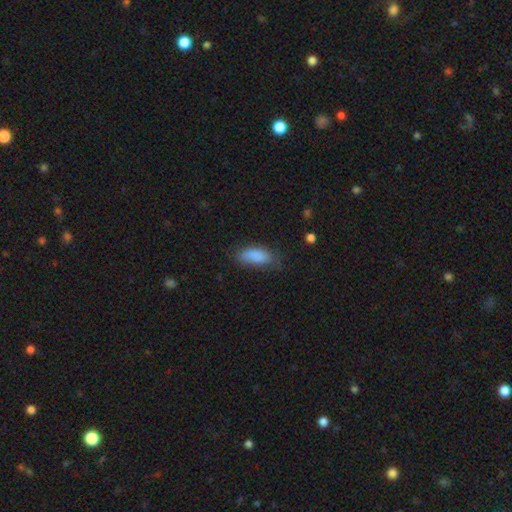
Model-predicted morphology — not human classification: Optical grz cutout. It shows a smooth galaxy with no disk features (85%) that is in between round and cigar-shaped (82%). Merging: none (61%).